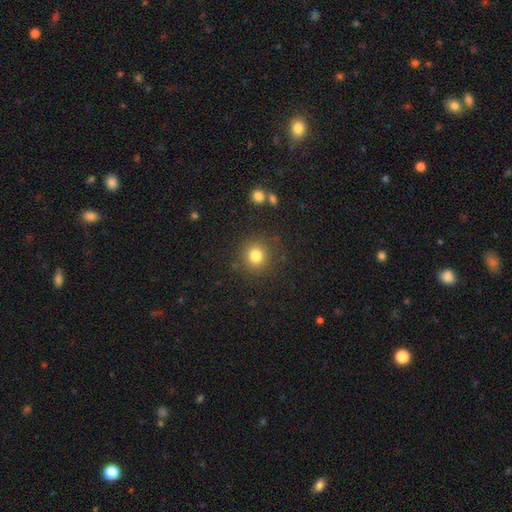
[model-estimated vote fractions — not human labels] smooth 80%, star or artifact 13%, featured or disk 7%. Down the decision tree: how rounded — round (91%); merging — none (86%).